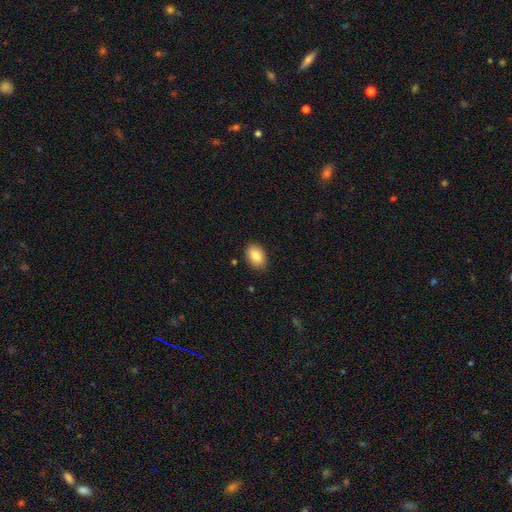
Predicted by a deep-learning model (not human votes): Smooth or featured? smooth (85%)
How rounded? in between (86%)
Merging? none (88%)